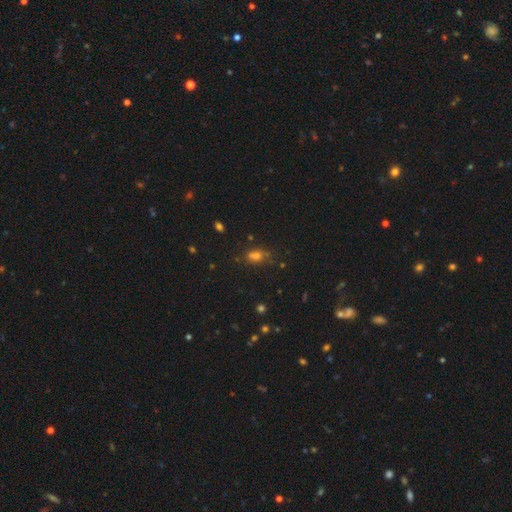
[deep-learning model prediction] The model was most divided on "how rounded": in between: 65%, round: 30%, cigar-shaped: 4%. More confident: smooth or featured — smooth (66%); merging — none (59%).